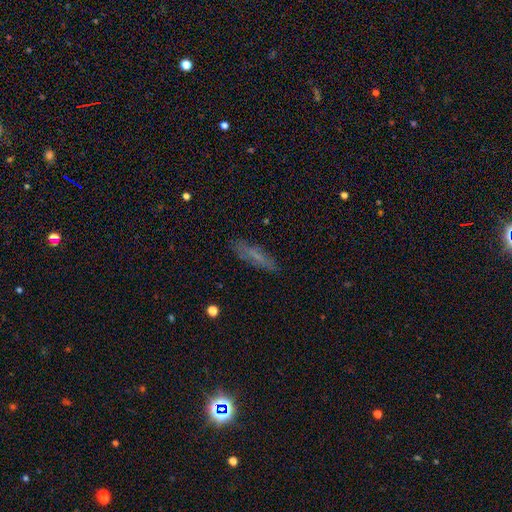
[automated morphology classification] smooth-or-featured: smooth: 55% | featured or disk: 32% | star or artifact: 13%
  how-rounded: cigar-shaped: 72% | in between: 26% | round: 2%
  merging: none: 79% | minor disturbance: 15% | major disturbance: 5% | merger: 2%